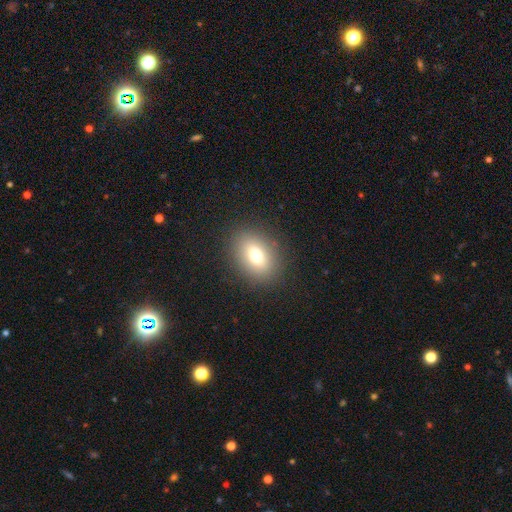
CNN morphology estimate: Q: Smooth or featured?
A: smooth (74%); runner-up: featured or disk (14%)
Q: How rounded?
A: in between (69%); runner-up: round (30%)
Q: Merging?
A: none (87%); runner-up: minor disturbance (8%)